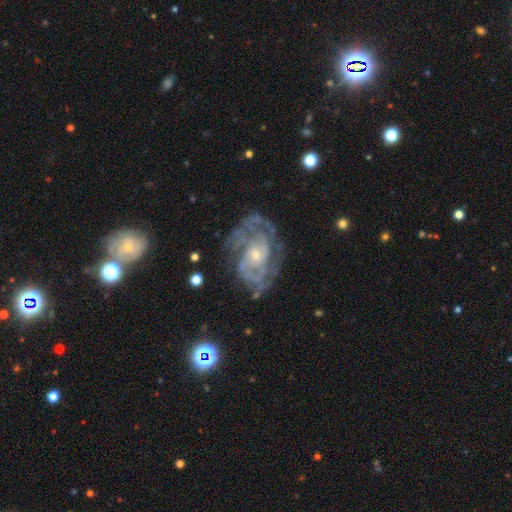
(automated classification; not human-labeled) This is clearly a featured or disk galaxy (84%). It is clearly not viewed edge-on (97%). Bar: likely no (73%). Spiral arm pattern: clearly yes (86%). Spiral arm count: marginally can't tell (39%). Spiral winding: possibly tight (52%). Central bulge: likely small (63%). Merging: likely none (65%).